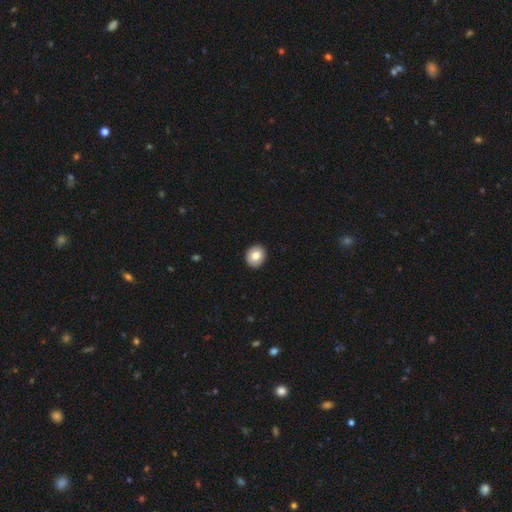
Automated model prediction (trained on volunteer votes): Smooth or featured?
  - smooth: 80% *
  - featured or disk: 12%
  - star or artifact: 8%
How rounded?
  - round: 77% *
  - in between: 22%
  - cigar-shaped: 1%
Merging?
  - none: 92% *
  - minor disturbance: 6%
  - major disturbance: 1%
  - merger: 1%